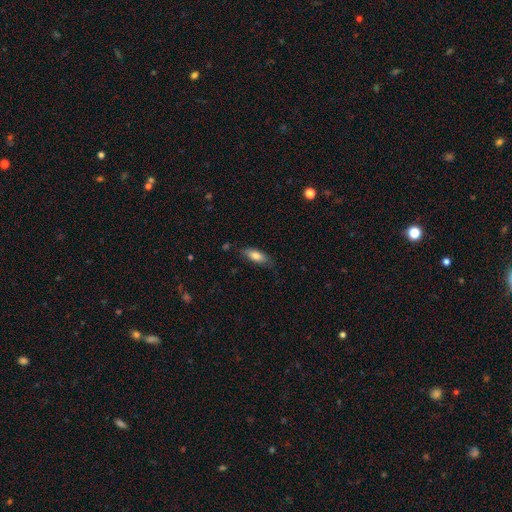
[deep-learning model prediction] A smooth galaxy with no disk features (76%) that is in between round and cigar-shaped (73%). Merging: none (73%).